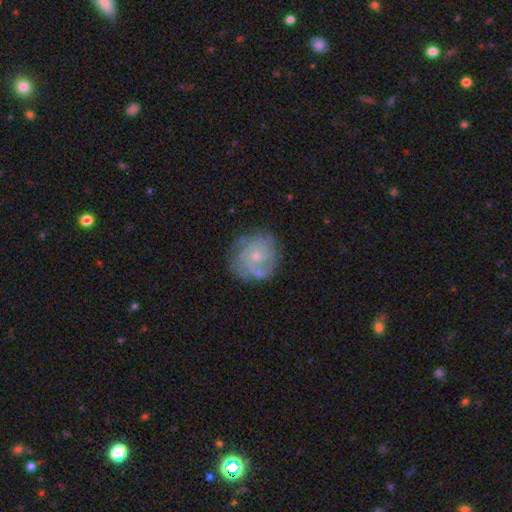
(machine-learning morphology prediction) smooth_or_featured: featured or disk (p=0.72) [alt: smooth p=0.20]
disk_edge_on: no (p=0.98) [alt: yes p=0.02]
bar: no (p=0.77) [alt: weak p=0.20]
has_spiral_arms: yes (p=0.83) [alt: no p=0.17]
spiral_winding: tight (p=0.59) [alt: medium p=0.30]
spiral_arm_count: can't tell (p=0.43) [alt: 3 p=0.19]
bulge_size: small (p=0.69) [alt: moderate p=0.27]
merging: none (p=0.71) [alt: minor disturbance p=0.19]